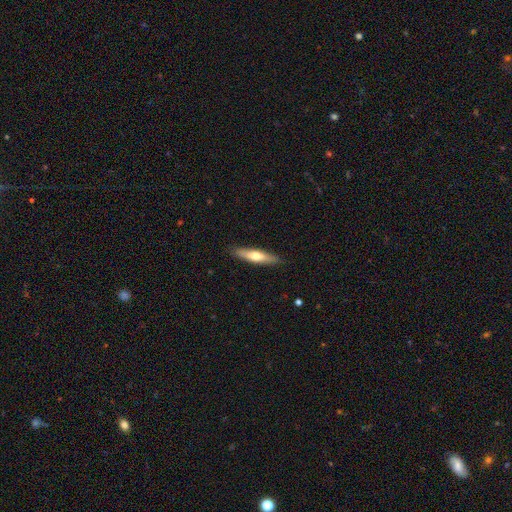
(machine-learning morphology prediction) Q: Smooth or featured?
A: smooth (55%); runner-up: featured or disk (39%)
Q: How rounded?
A: cigar-shaped (80%); runner-up: in between (18%)
Q: Merging?
A: none (89%); runner-up: minor disturbance (8%)